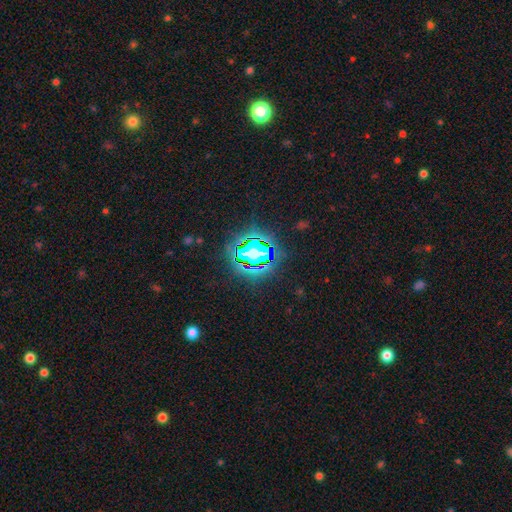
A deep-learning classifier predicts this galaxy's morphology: Q: Smooth or featured?
A: star or artifact (81%); runner-up: smooth (12%)